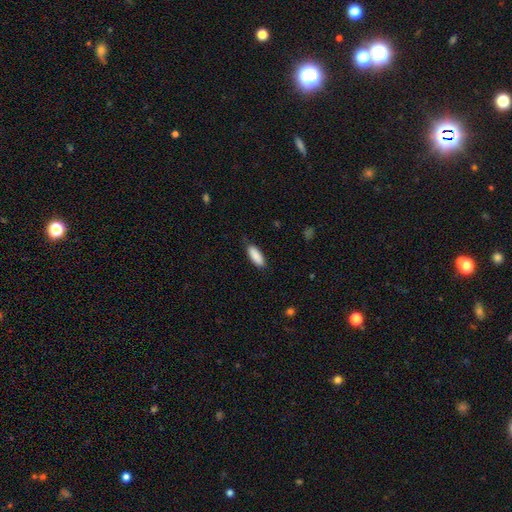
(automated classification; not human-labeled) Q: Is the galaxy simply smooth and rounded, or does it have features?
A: smooth — 90%.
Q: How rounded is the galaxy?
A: in between — 72%.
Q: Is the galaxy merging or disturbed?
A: none — 85%.